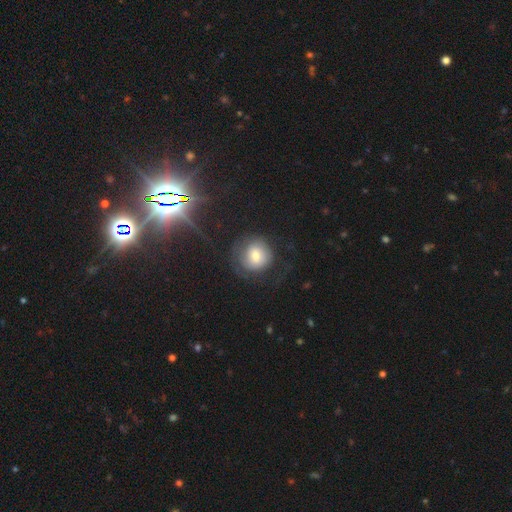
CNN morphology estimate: A smooth galaxy with no disk features (55%) that is round (88%).

Vote fractions:
- Smooth or featured? smooth: 55% / featured or disk: 31% / star or artifact: 15%
- How rounded? round: 88% / in between: 11% / cigar-shaped: 1%
- Merging? none: 66% / major disturbance: 16% / minor disturbance: 16% / merger: 2%